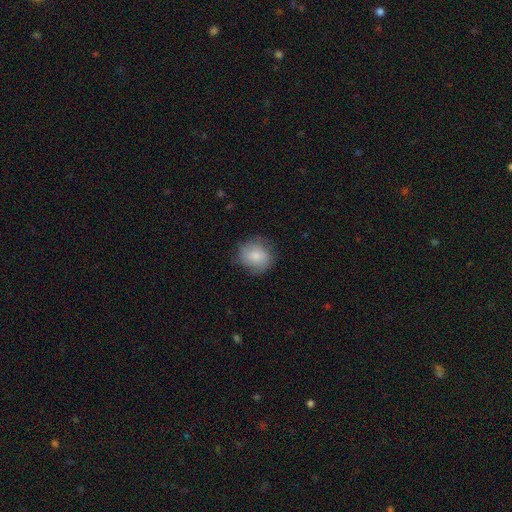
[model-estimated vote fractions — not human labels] smooth-or-featured: smooth: 78% | featured or disk: 15% | star or artifact: 7%
  how-rounded: round: 78% | in between: 21% | cigar-shaped: 1%
  merging: none: 73% | minor disturbance: 20% | major disturbance: 6% | merger: 1%